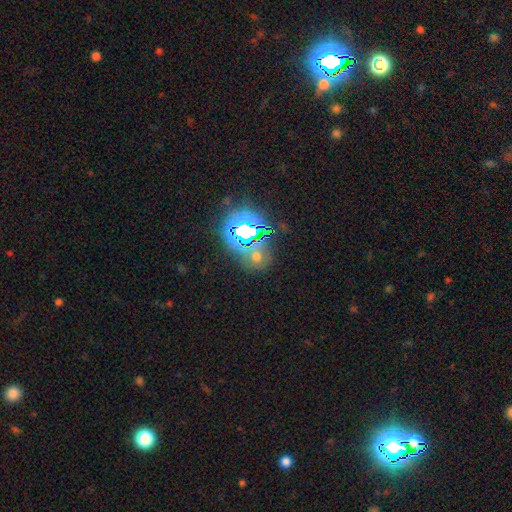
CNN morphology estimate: The model was most divided on "smooth or featured": star or artifact: 59%, smooth: 32%, featured or disk: 10%.